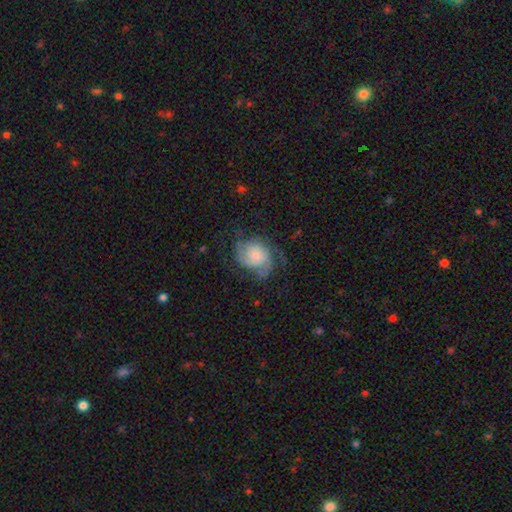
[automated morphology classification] Q: Smooth or featured?
A: featured or disk (72%); runner-up: smooth (21%)
Q: Edge-on disk?
A: no (98%); runner-up: yes (2%)
Q: Bar?
A: no (72%); runner-up: weak (24%)
Q: Spiral arms?
A: yes (93%); runner-up: no (7%)
Q: Spiral winding?
A: medium (44%); runner-up: tight (37%)
Q: Spiral arm count?
A: 2 (46%); runner-up: 3 (22%)
Q: Bulge size?
A: small (45%); runner-up: moderate (28%)
Q: Merging?
A: none (55%); runner-up: minor disturbance (23%)